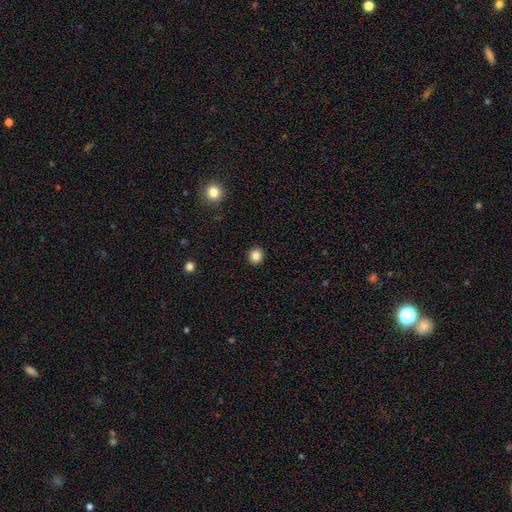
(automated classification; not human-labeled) Overall: smooth (84%). How rounded: round (87%). Merging: none (92%).